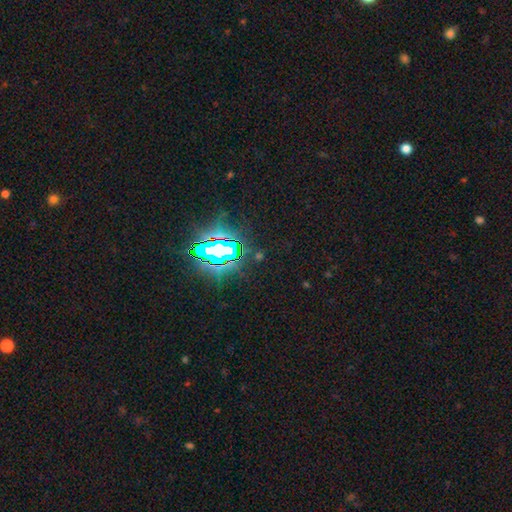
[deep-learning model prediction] This is likely a star or artifact rather than a galaxy (78%).